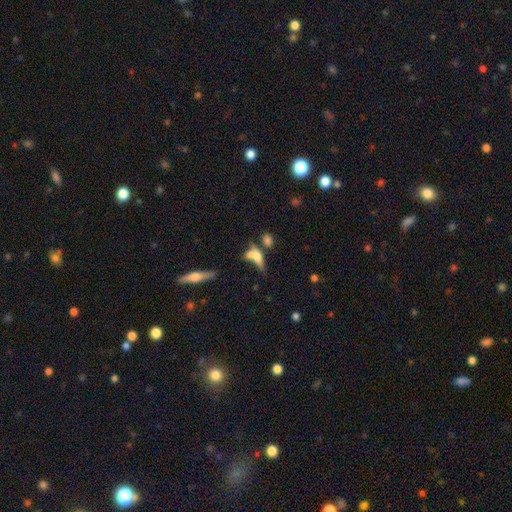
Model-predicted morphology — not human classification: Smooth or featured: smooth — 59% (featured or disk — 29%)
How rounded: in between — 53% (cigar-shaped — 39%)
Merging: merger — 47% (none — 31%)